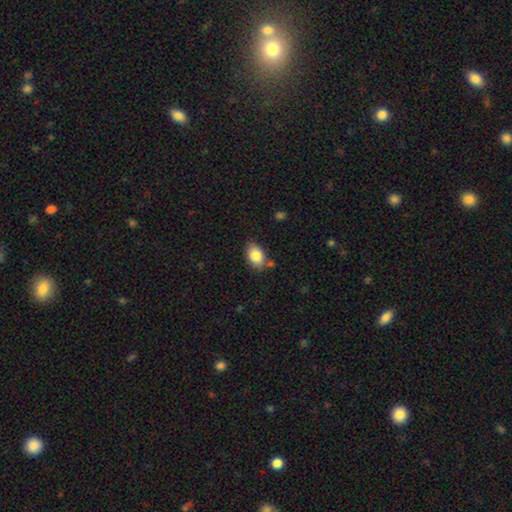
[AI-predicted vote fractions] This is clearly a smooth galaxy (84%). How rounded: clearly in between (84%). Merging: likely none (74%).